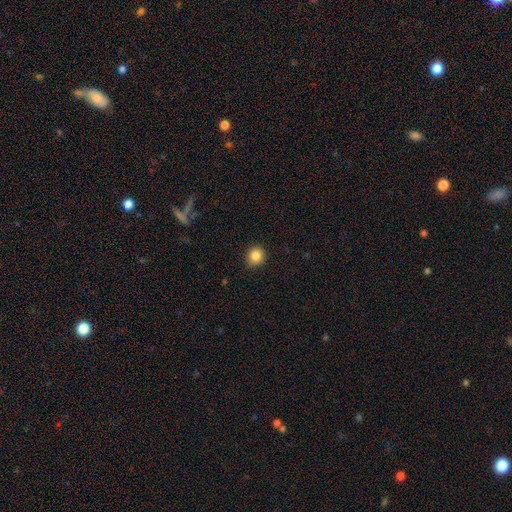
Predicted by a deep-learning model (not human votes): A smooth galaxy with no disk features (85%) that is round (87%).

Vote fractions:
- Smooth or featured? smooth: 85% / star or artifact: 10% / featured or disk: 5%
- How rounded? round: 87% / in between: 12% / cigar-shaped: 1%
- Merging? none: 87% / minor disturbance: 10% / major disturbance: 2% / merger: 1%